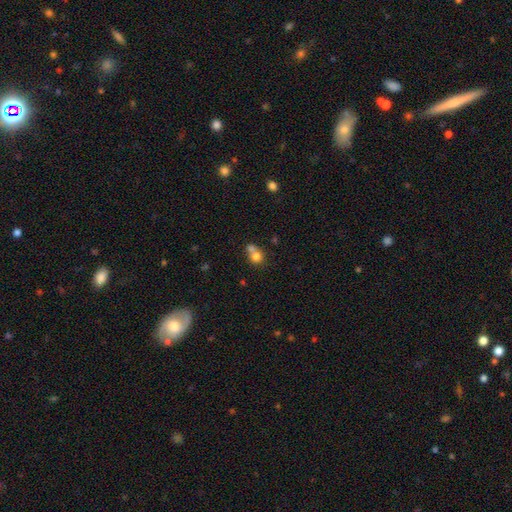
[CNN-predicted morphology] Smooth or featured? smooth (76%)
How rounded? round (71%)
Merging? merger (56%)